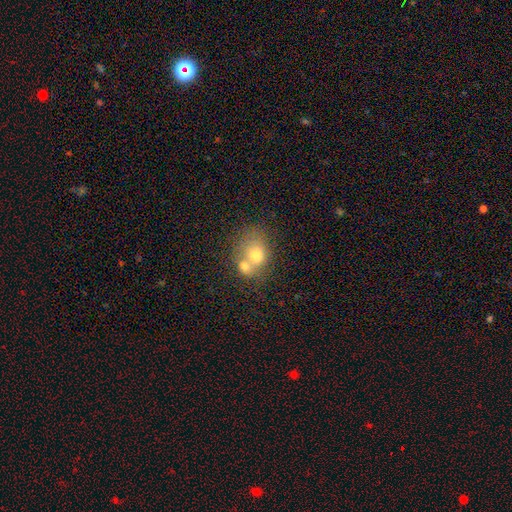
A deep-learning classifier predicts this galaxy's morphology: Overall: smooth (68%). How rounded: round (54%; in between 45%). Merging: merger (62%; none 24%).